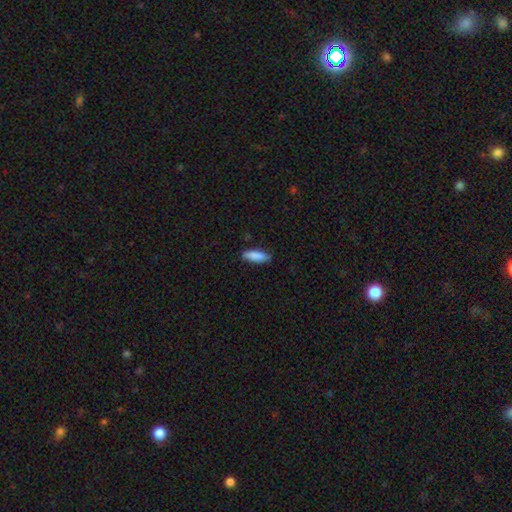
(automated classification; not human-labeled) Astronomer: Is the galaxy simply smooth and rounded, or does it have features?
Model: smooth — 87%.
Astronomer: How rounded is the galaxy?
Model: in between — 52% (runner-up: cigar-shaped, 46%).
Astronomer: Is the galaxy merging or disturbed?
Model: none — 82%.